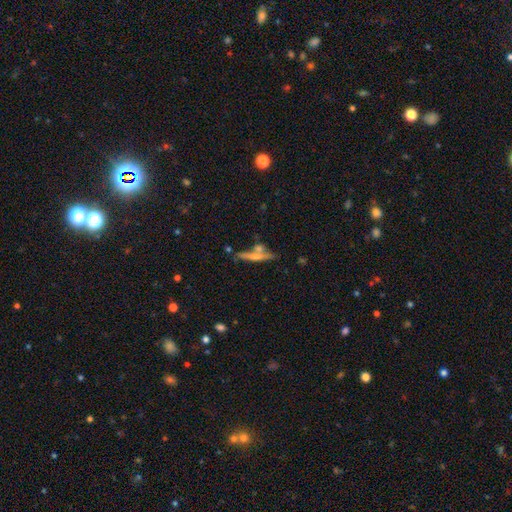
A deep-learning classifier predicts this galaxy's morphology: This is possibly a featured or disk galaxy (52%). It is clearly viewed edge-on (93%). Merging: likely none (62%).